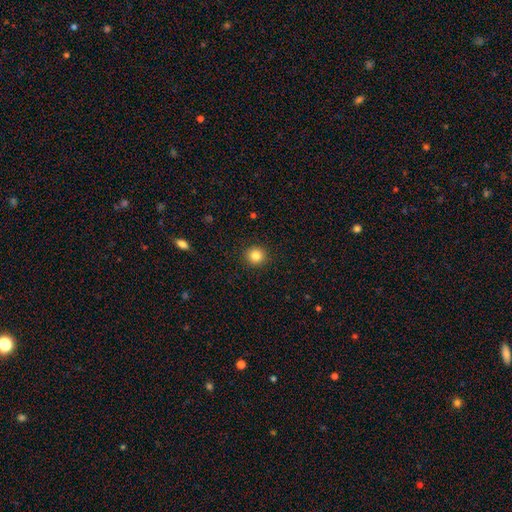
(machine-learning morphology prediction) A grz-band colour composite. It shows a smooth galaxy with no disk features (84%) that is round (93%). Merging: none (92%).